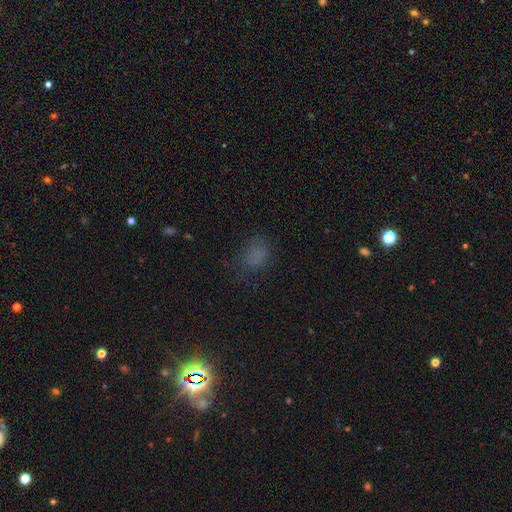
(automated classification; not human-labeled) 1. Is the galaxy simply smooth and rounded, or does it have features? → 67% smooth, 24% star or artifact, 10% featured or disk.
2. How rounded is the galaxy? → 74% in between, 24% round, 2% cigar-shaped.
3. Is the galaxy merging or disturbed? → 59% none, 23% minor disturbance, 16% major disturbance, 2% merger.